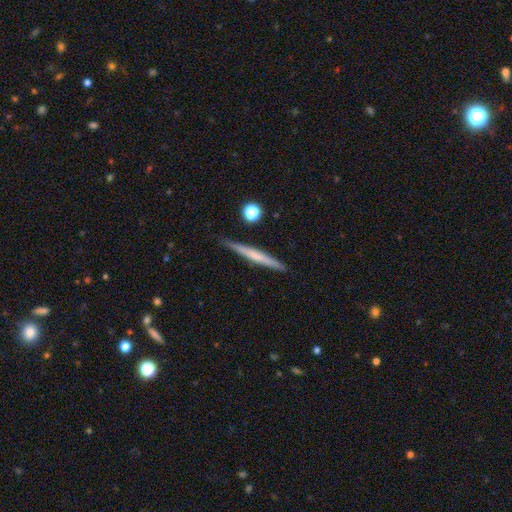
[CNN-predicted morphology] smooth_or_featured: smooth (p=0.48) [alt: featured or disk p=0.46]
merging: none (p=0.88) [alt: minor disturbance p=0.09]